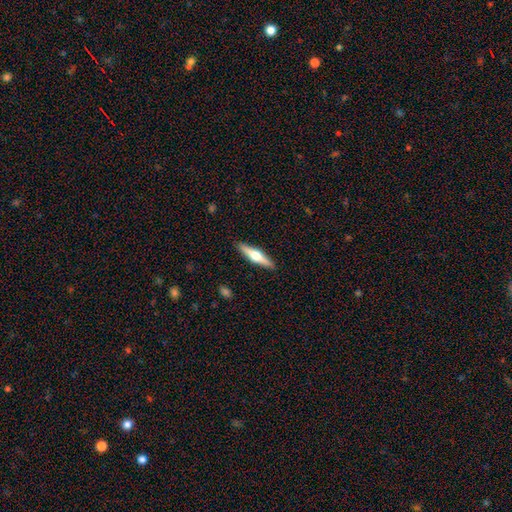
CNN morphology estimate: Q: Smooth or featured?
A: featured or disk (60%); runner-up: smooth (35%)
Q: Edge-on disk?
A: yes (96%); runner-up: no (4%)
Q: Edge-on bulge?
A: rounded (94%); runner-up: boxy (3%)
Q: Merging?
A: none (90%); runner-up: minor disturbance (7%)